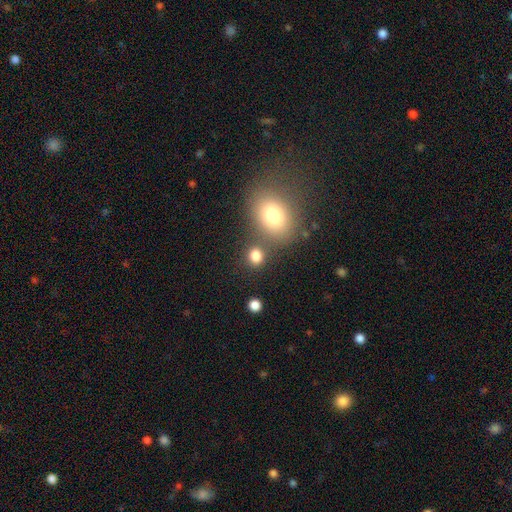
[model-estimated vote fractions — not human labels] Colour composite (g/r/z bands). It shows a smooth galaxy with no disk features (81%) that is round (73%). Merging: none (71%).